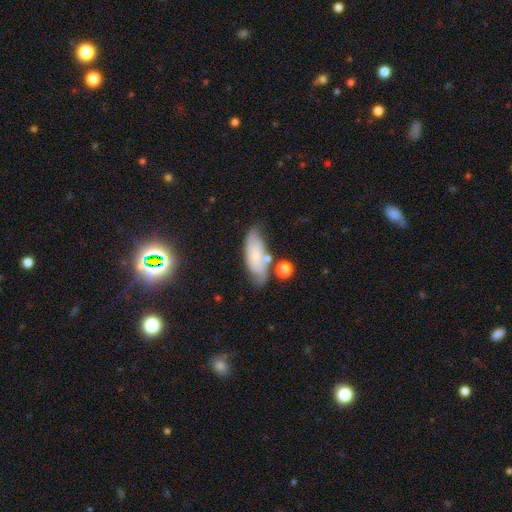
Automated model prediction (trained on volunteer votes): featured or disk 47%, smooth 43%, star or artifact 11%. Down the decision tree: merging — none (63%).